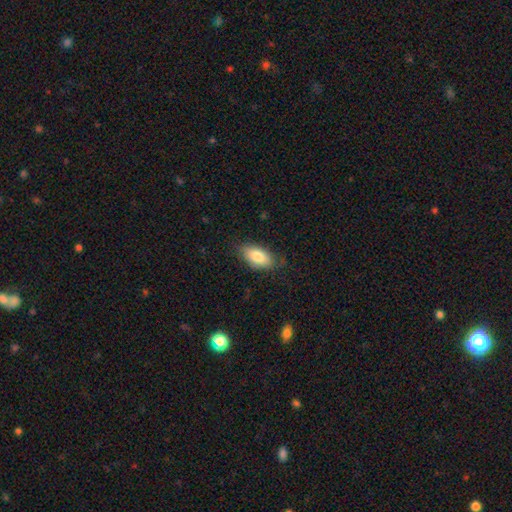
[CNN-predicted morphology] Q: Smooth or featured?
A: smooth (81%); runner-up: featured or disk (12%)
Q: How rounded?
A: in between (90%); runner-up: cigar-shaped (6%)
Q: Merging?
A: none (78%); runner-up: minor disturbance (17%)